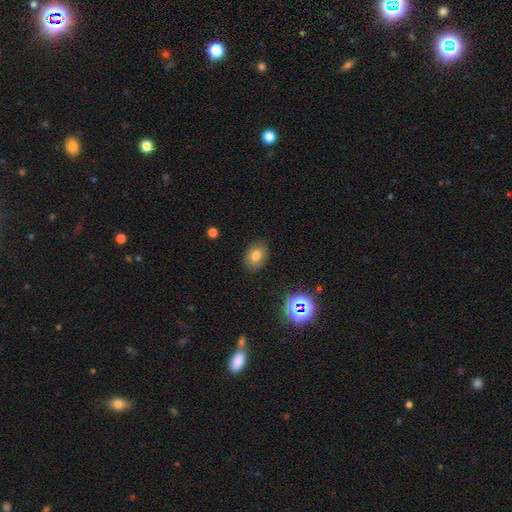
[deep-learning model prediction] Smooth or featured: smooth — 76% (star or artifact — 14%)
How rounded: in between — 71% (round — 28%)
Merging: none — 84% (minor disturbance — 11%)